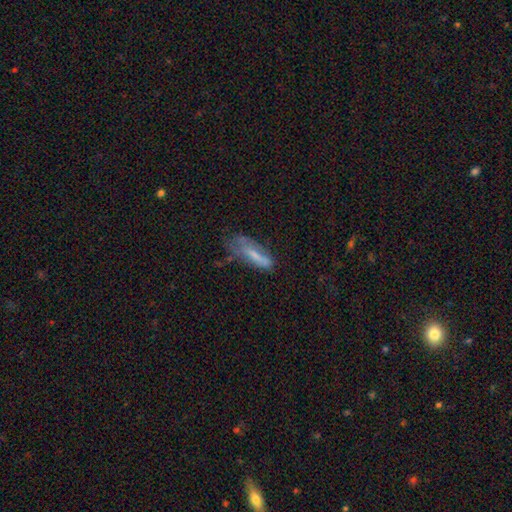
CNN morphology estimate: A smooth galaxy with no disk features (58%) that is cigar-shaped (58%). Merging: none (38%).